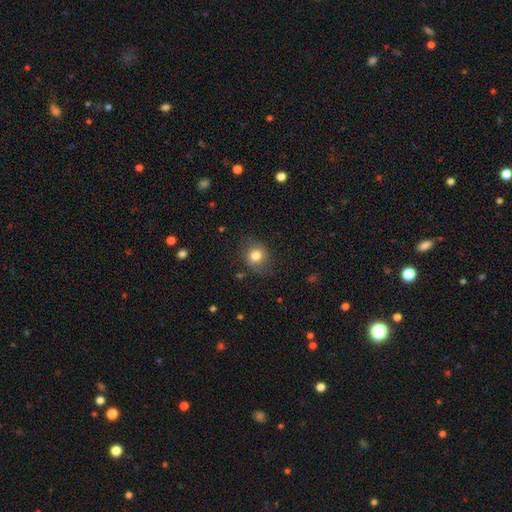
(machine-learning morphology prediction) Q: Smooth or featured?
A: smooth (79%); runner-up: star or artifact (10%)
Q: How rounded?
A: round (70%); runner-up: in between (29%)
Q: Merging?
A: none (78%); runner-up: minor disturbance (16%)